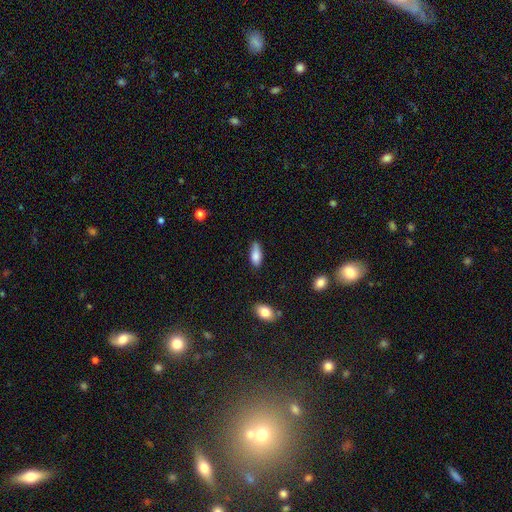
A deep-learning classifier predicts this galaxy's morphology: This is clearly a smooth galaxy (82%). How rounded: likely in between (79%). Merging: likely none (65%).